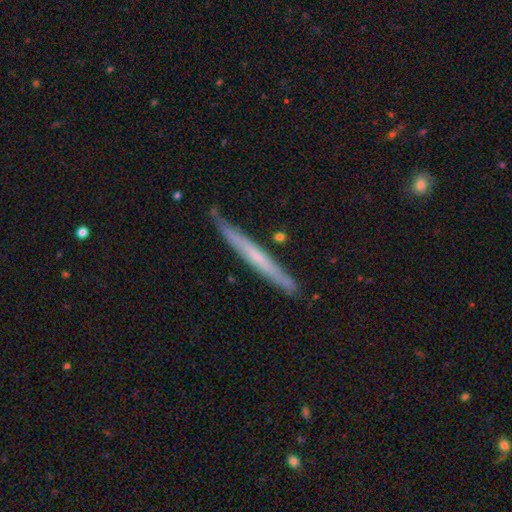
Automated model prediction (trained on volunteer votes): Smooth or featured?
  - featured or disk: 49% *
  - smooth: 46%
  - star or artifact: 6%
Merging?
  - none: 83% *
  - minor disturbance: 13%
  - merger: 2%
  - major disturbance: 2%